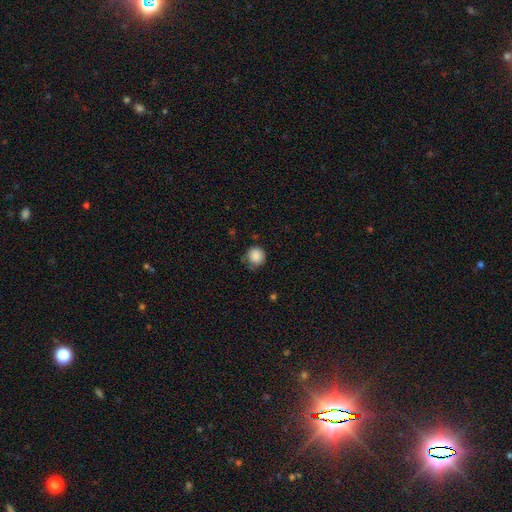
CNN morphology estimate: smooth 87%, star or artifact 9%, featured or disk 4%. Down the decision tree: how rounded — round (91%); merging — none (73%).